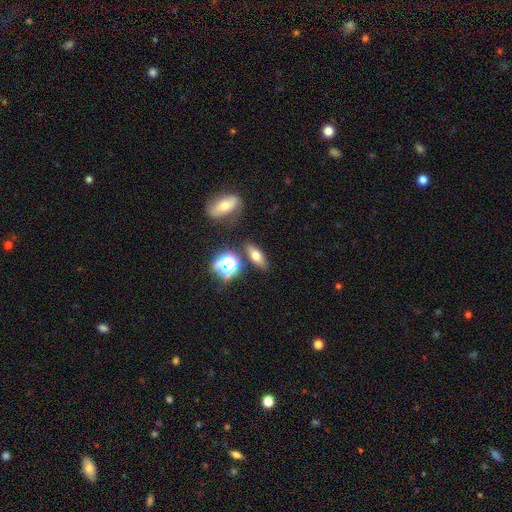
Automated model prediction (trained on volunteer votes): This appears to be a smooth galaxy with no disk features (59%) that is in between round and cigar-shaped (59%). Merging: none (82%).